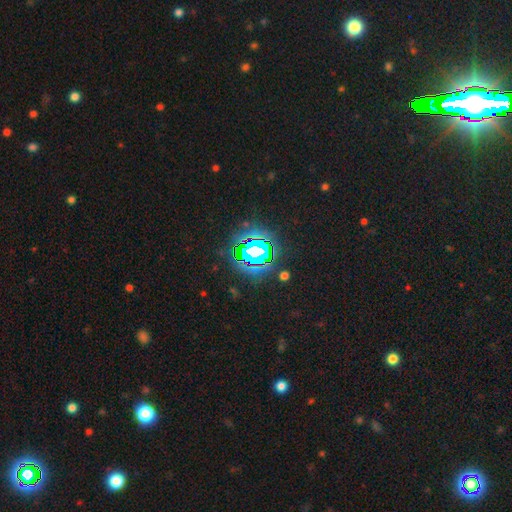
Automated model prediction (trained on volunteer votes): A star or artifact, not a galaxy (82%).